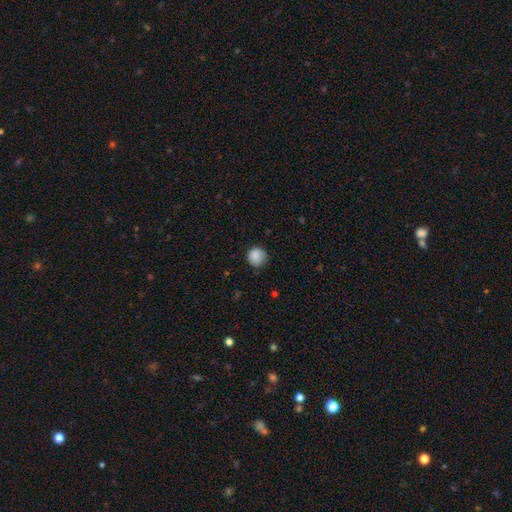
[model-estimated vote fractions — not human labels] smooth-or-featured: smooth: 87% | star or artifact: 8% | featured or disk: 4%
  how-rounded: round: 92% | in between: 7% | cigar-shaped: 1%
  merging: none: 78% | minor disturbance: 18% | major disturbance: 4% | merger: 1%